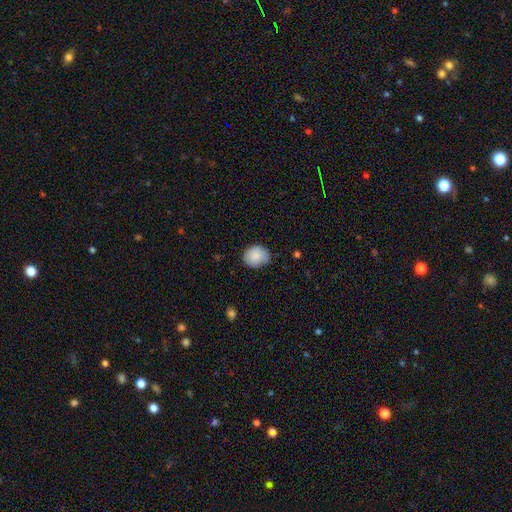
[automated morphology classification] smooth_or_featured: smooth (p=0.86) [alt: star or artifact p=0.07]
how_rounded: round (p=0.68) [alt: in between p=0.31]
merging: none (p=0.67) [alt: minor disturbance p=0.26]